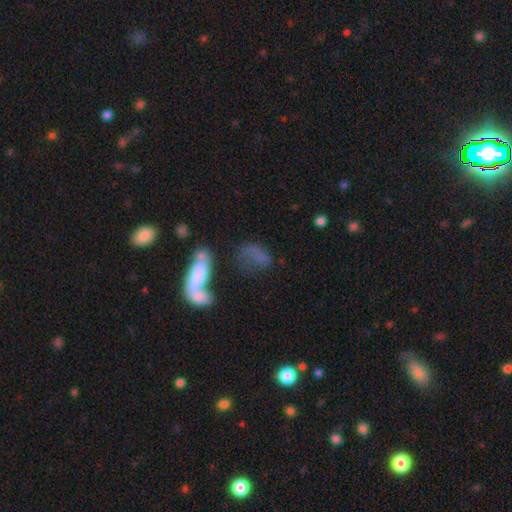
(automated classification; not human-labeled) A smooth galaxy with no disk features (60%) that is in between round and cigar-shaped (70%).

Vote fractions:
- Smooth or featured? smooth: 60% / featured or disk: 26% / star or artifact: 14%
- How rounded? in between: 70% / cigar-shaped: 21% / round: 9%
- Merging? merger: 39% / major disturbance: 24% / none: 23% / minor disturbance: 14%